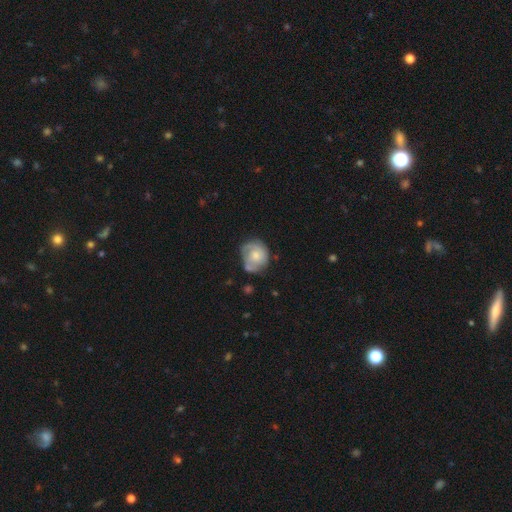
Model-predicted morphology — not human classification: Smooth or featured? Predicted: featured or disk (p=0.61). Edge-on disk? Predicted: no (p=0.98). Bar? Predicted: no (p=0.77). Spiral arms? Predicted: yes (p=0.83). Bulge size? Predicted: moderate (p=0.49). Merging? Predicted: none (p=0.58).